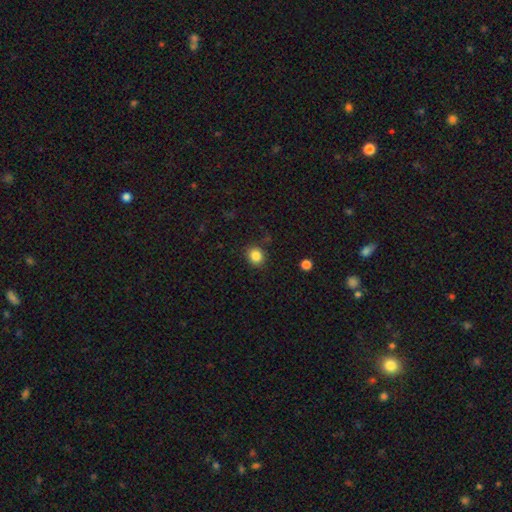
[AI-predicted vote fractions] A smooth galaxy with no disk features (85%) that is round (80%). Merging: none (86%).